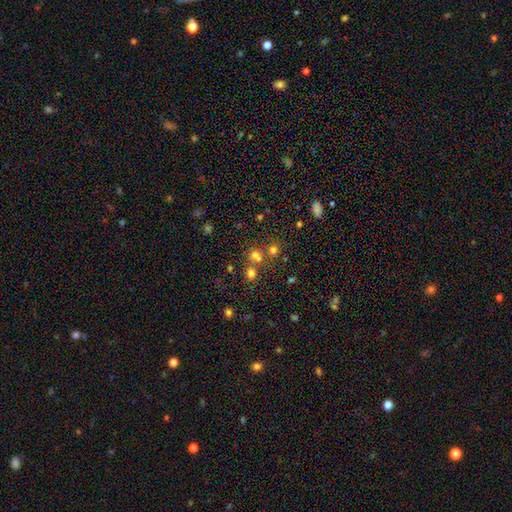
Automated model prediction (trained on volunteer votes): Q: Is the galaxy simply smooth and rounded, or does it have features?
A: smooth — 65%.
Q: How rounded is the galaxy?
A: round — 82%.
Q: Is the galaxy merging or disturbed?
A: none — 52%.